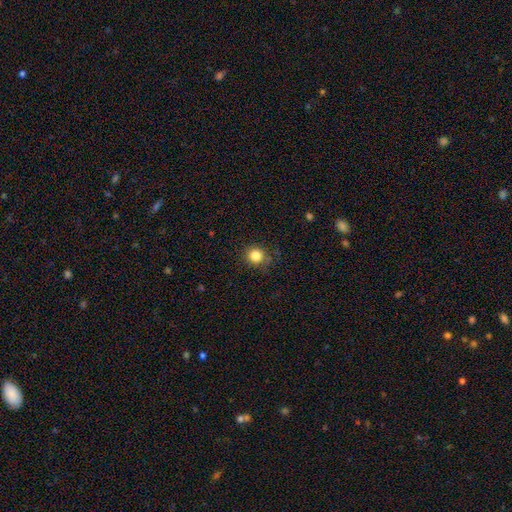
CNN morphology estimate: Smooth or featured?
  - smooth: 83% *
  - star or artifact: 11%
  - featured or disk: 5%
How rounded?
  - round: 88% *
  - in between: 11%
  - cigar-shaped: 1%
Merging?
  - none: 79% *
  - minor disturbance: 15%
  - major disturbance: 5%
  - merger: 1%